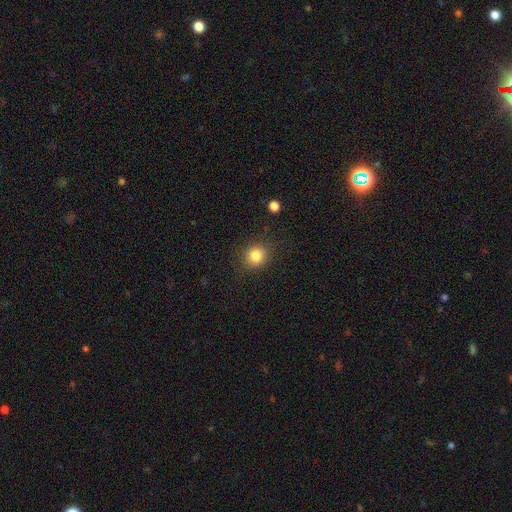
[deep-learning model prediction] Morphology: type=smooth (83%); roundness=round (85%); merging=none (87%).